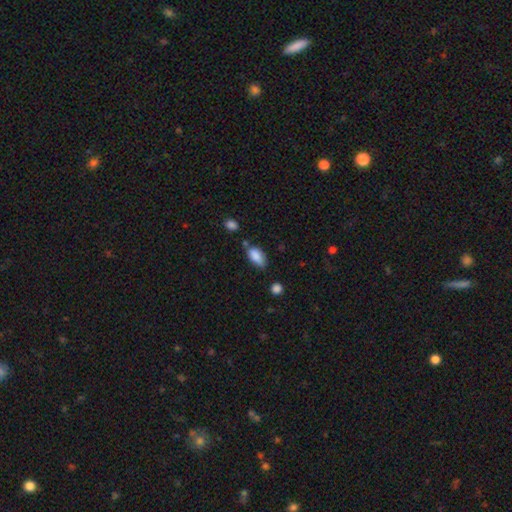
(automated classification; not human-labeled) This appears to be a smooth galaxy with no disk features (86%) that is in between round and cigar-shaped (91%). Merging: none (61%).